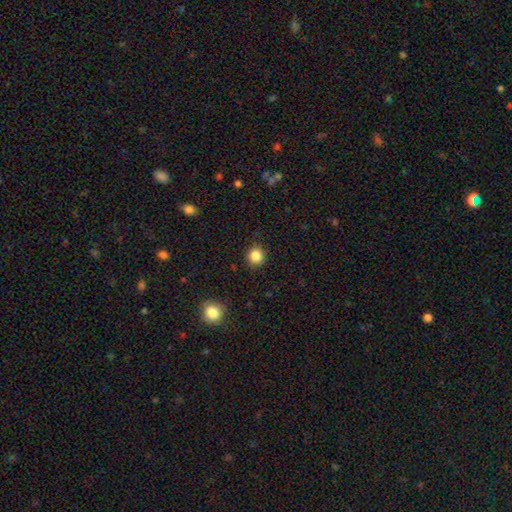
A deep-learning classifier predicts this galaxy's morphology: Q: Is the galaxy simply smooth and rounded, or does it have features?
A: smooth — 86%.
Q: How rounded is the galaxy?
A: round — 88%.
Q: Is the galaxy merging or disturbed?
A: none — 89%.